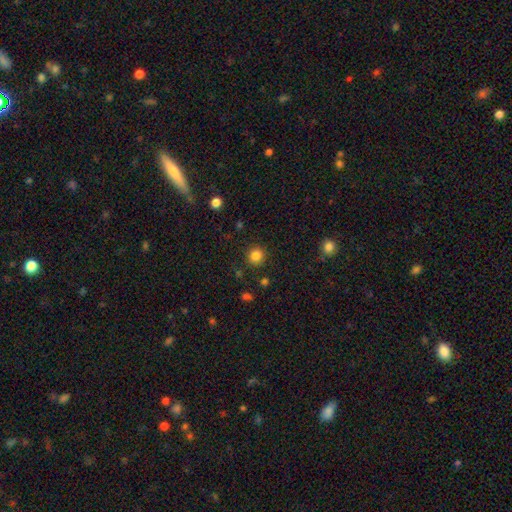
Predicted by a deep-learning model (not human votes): Q: Smooth or featured?
A: smooth (83%); runner-up: star or artifact (12%)
Q: How rounded?
A: round (92%); runner-up: in between (7%)
Q: Merging?
A: none (89%); runner-up: minor disturbance (7%)